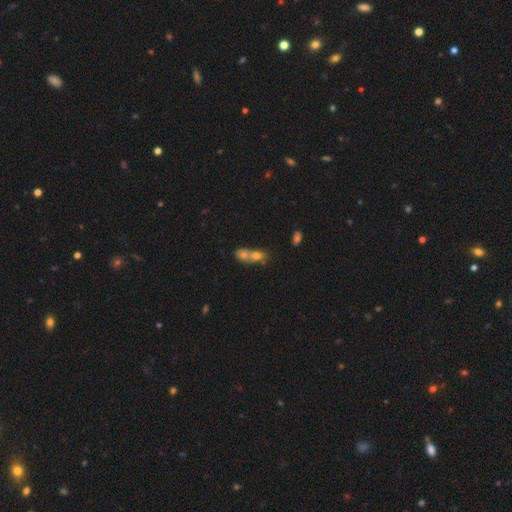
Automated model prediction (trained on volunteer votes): Morphology: type=smooth (67%); roundness=in between (57%); merging=merger (74%).